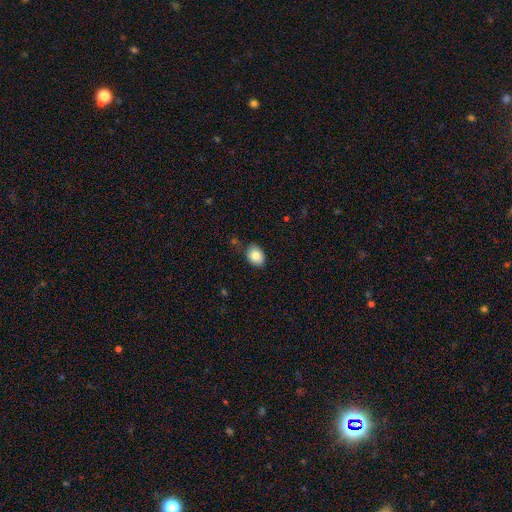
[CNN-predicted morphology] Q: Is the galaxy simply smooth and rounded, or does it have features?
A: smooth — 82%.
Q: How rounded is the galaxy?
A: in between — 74%.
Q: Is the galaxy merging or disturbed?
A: none — 80%.